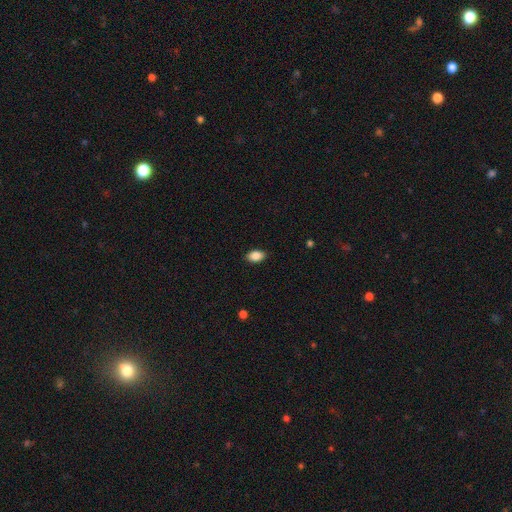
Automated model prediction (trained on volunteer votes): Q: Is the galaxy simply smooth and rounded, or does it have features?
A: smooth — 87%.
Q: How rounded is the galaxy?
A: in between — 90%.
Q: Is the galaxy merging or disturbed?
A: none — 88%.